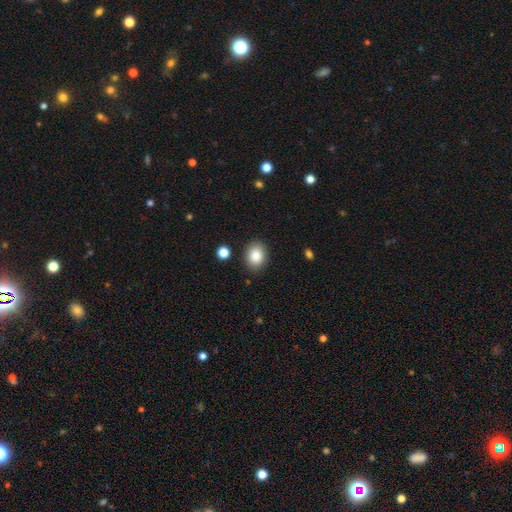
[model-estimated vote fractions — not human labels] The model was most divided on "how rounded": in between: 58%, round: 41%, cigar-shaped: 1%. More confident: merging — none (87%); smooth or featured — smooth (86%).